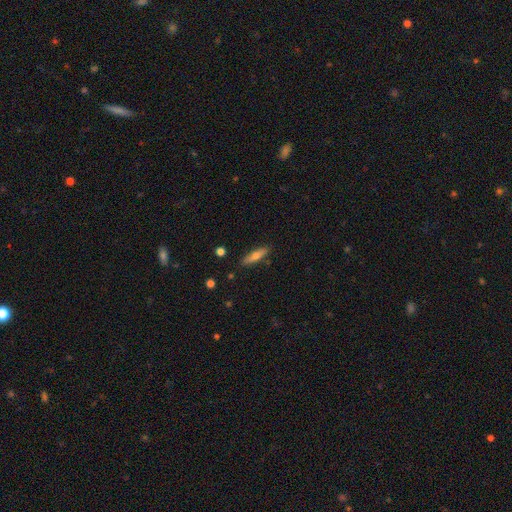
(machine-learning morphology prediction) A smooth galaxy with no disk features (58%) that is cigar-shaped (78%).

Vote fractions:
- Smooth or featured? smooth: 58% / featured or disk: 35% / star or artifact: 7%
- How rounded? cigar-shaped: 78% / in between: 20% / round: 2%
- Merging? none: 88% / minor disturbance: 9% / major disturbance: 2% / merger: 2%